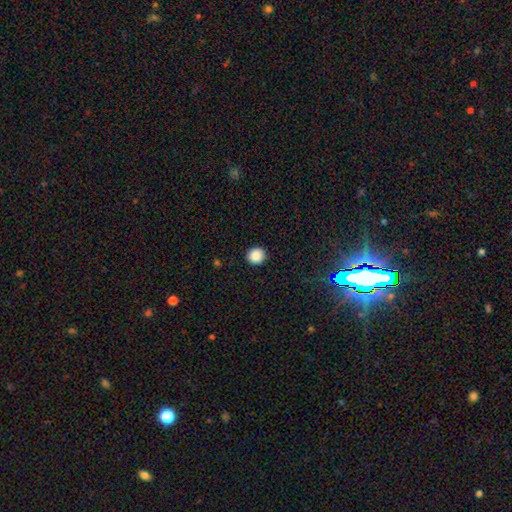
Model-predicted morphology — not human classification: The model was most divided on "smooth or featured": smooth: 88%, star or artifact: 9%, featured or disk: 3%. More confident: merging — none (92%); how rounded — round (92%).